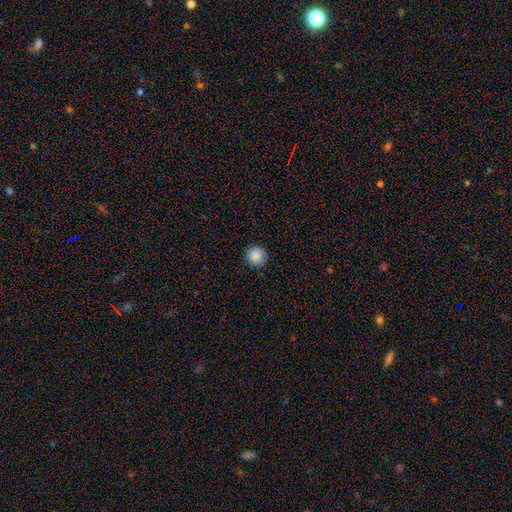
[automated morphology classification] Smooth or featured? smooth (88%)
How rounded? round (95%)
Merging? none (91%)